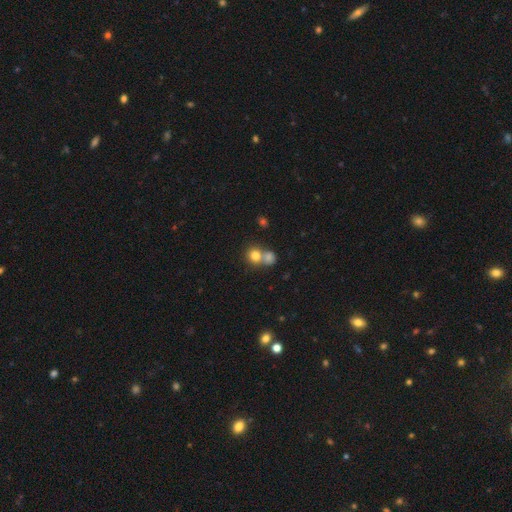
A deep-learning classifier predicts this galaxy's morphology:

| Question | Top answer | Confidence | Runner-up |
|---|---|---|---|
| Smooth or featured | smooth | 79% | star or artifact (12%) |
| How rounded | round | 81% | in between (18%) |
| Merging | merger | 47% | none (42%) |